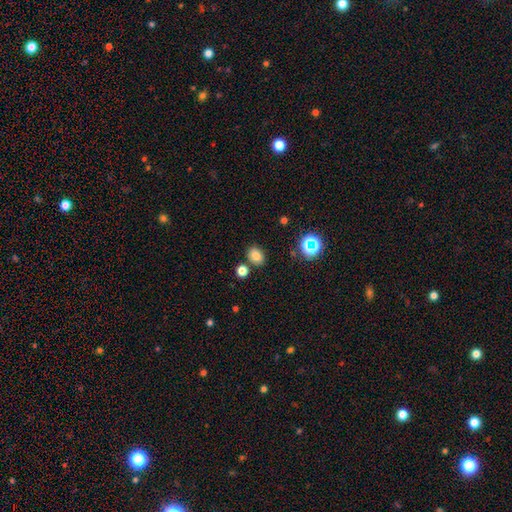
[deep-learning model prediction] This is likely a smooth galaxy (78%). How rounded: possibly in between (58%). Merging: likely none (78%).